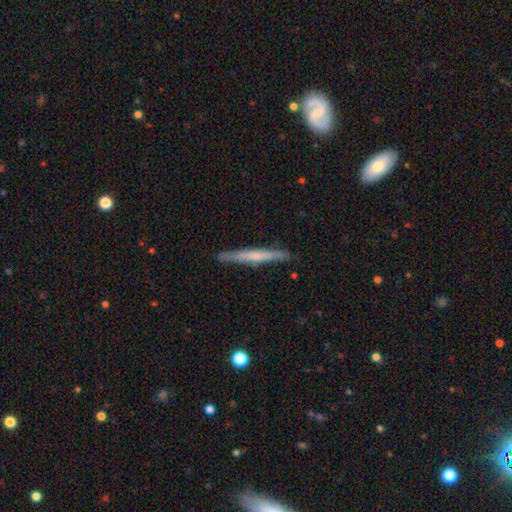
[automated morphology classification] type=featured or disk (48%); merging=none (89%).